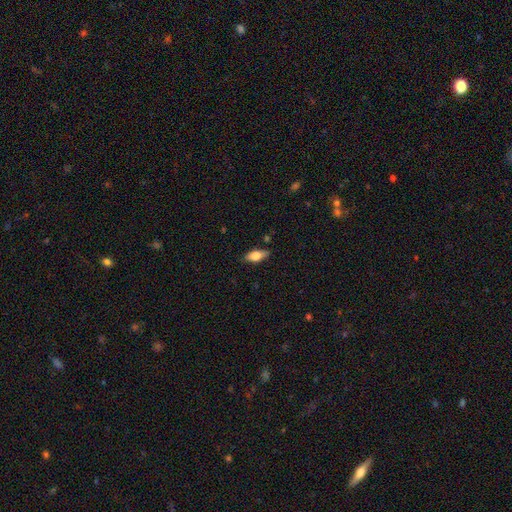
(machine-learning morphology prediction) This is likely a smooth galaxy (66%). How rounded: clearly in between (80%). Merging: clearly none (82%).